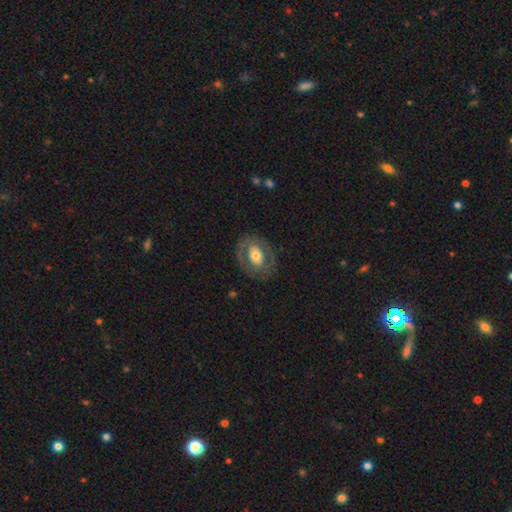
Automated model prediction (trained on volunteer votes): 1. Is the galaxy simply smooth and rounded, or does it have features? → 54% featured or disk, 40% smooth, 6% star or artifact.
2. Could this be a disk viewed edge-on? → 94% no, 6% yes.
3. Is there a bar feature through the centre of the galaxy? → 63% no, 24% weak, 13% strong.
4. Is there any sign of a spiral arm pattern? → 68% no, 32% yes.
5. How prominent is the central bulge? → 58% moderate, 24% large, 15% small, 2% dominant, 2% none.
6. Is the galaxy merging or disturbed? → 78% none, 13% minor disturbance, 8% major disturbance, 1% merger.